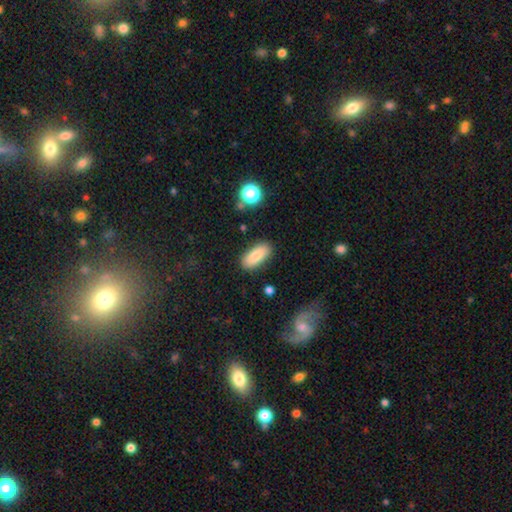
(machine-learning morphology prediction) This appears to be a smooth galaxy with no disk features (84%) that is in between round and cigar-shaped (83%). Merging: none (86%).